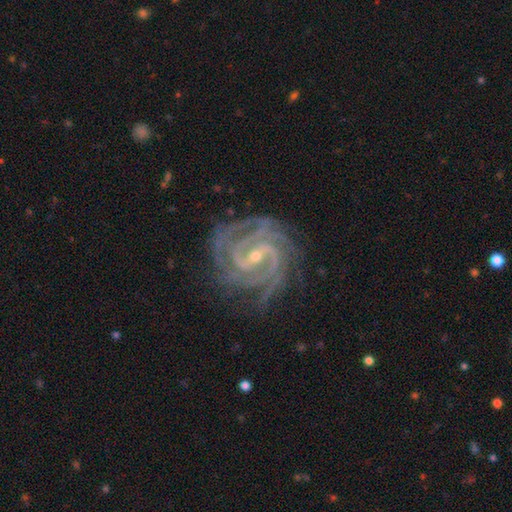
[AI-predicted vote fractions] Overall: featured or disk (93%). Edge-on disk: no (98%). Bar: weak (44%; strong 39%). Spiral arms: yes (99%). Spiral arm count: 3 (25%; 2 24%). Spiral winding: tight (72%). Bulge size: small (69%). Merging: none (78%).